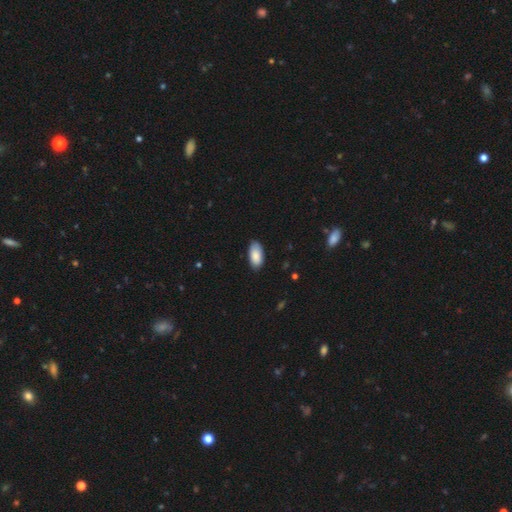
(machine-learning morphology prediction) smooth 86%, featured or disk 7%, star or artifact 6%. Down the decision tree: how rounded — in between (94%); merging — none (80%).